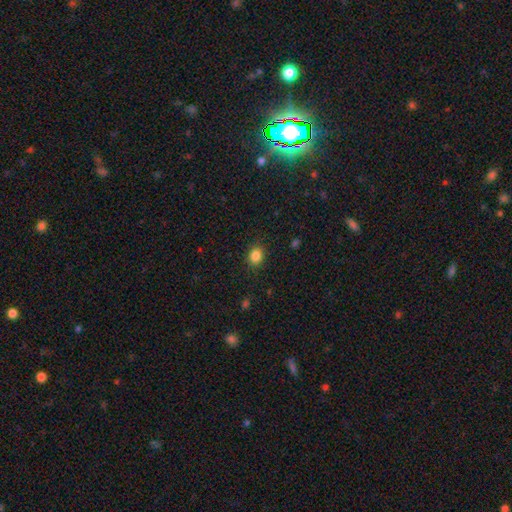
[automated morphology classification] The model was most divided on "how rounded": round: 53%, in between: 46%, cigar-shaped: 1%. More confident: merging — none (88%); smooth or featured — smooth (85%).